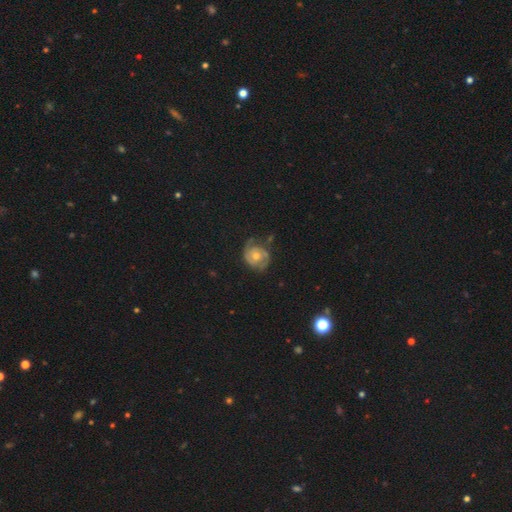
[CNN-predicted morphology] This appears to be a featured or disk galaxy (69%) with no bar (77%), 2 (62%) tight (57%) spiral arms (86%) and a moderate central bulge (64%). Merging: none (66%).